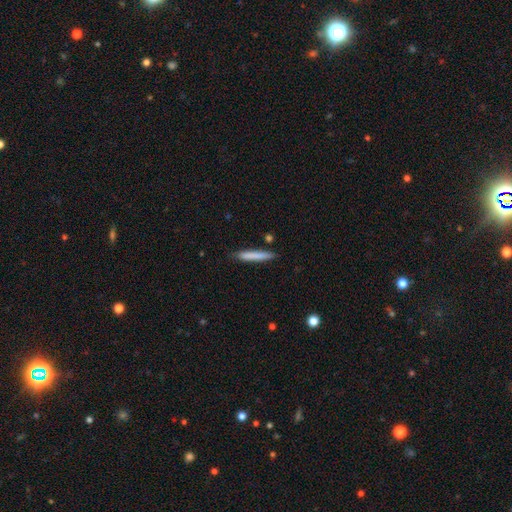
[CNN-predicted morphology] This is likely a smooth galaxy (79%). How rounded: clearly cigar-shaped (94%). Merging: clearly none (85%).